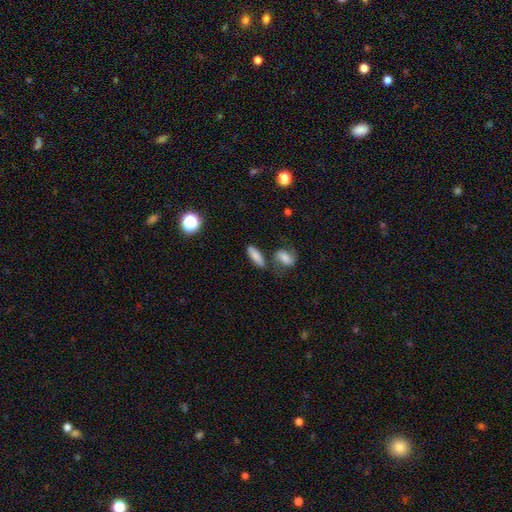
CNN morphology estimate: A smooth galaxy with no disk features (77%) that is in between round and cigar-shaped (55%).

Vote fractions:
- Smooth or featured? smooth: 77% / featured or disk: 15% / star or artifact: 9%
- How rounded? in between: 55% / cigar-shaped: 41% / round: 4%
- Merging? none: 63% / minor disturbance: 16% / merger: 15% / major disturbance: 5%